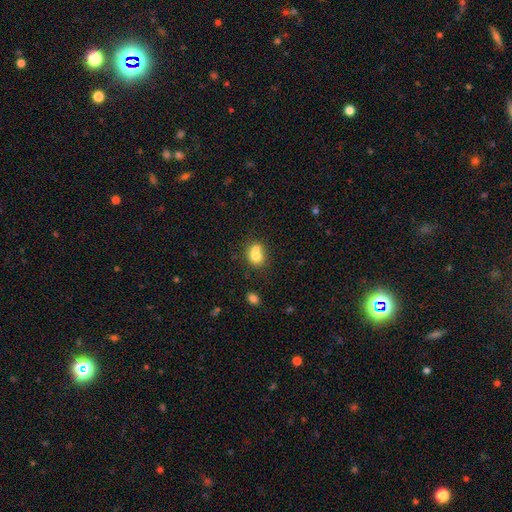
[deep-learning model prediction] This is likely a smooth galaxy (73%). How rounded: likely round (69%). Merging: possibly merger (55%).